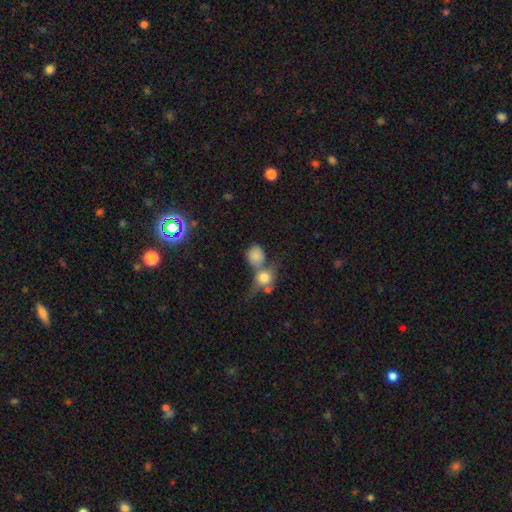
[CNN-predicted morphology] The model was most divided on "merging": merger: 53%, none: 29%, minor disturbance: 10%, major disturbance: 8%. More confident: smooth or featured — smooth (76%); how rounded — round (67%).